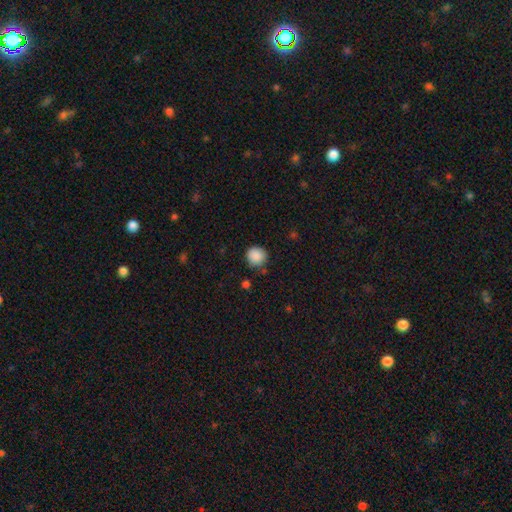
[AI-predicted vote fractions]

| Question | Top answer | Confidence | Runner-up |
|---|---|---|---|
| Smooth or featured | smooth | 88% | star or artifact (9%) |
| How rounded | round | 92% | in between (7%) |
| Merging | none | 82% | minor disturbance (12%) |